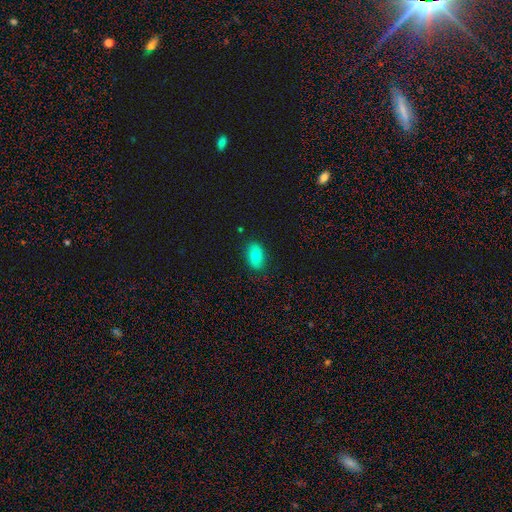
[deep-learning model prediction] Smooth or featured?
  - smooth: 79% *
  - featured or disk: 12%
  - star or artifact: 9%
How rounded?
  - in between: 88% *
  - round: 10%
  - cigar-shaped: 2%
Merging?
  - none: 85% *
  - minor disturbance: 11%
  - major disturbance: 2%
  - merger: 1%